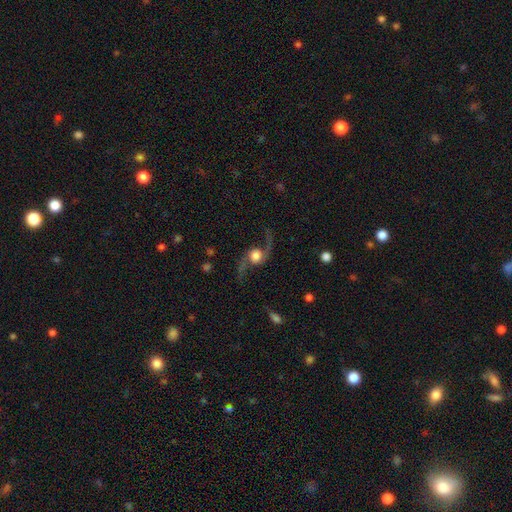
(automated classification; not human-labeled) Smooth or featured? Predicted: featured or disk (p=0.83). Edge-on disk? Predicted: no (p=0.92). Bar? Predicted: no (p=0.70). Spiral arms? Predicted: yes (p=0.96). Spiral winding? Predicted: loose (p=0.90). Spiral arm count? Predicted: 2 (p=0.94). Bulge size? Predicted: large (p=0.48). Merging? Predicted: none (p=0.73).